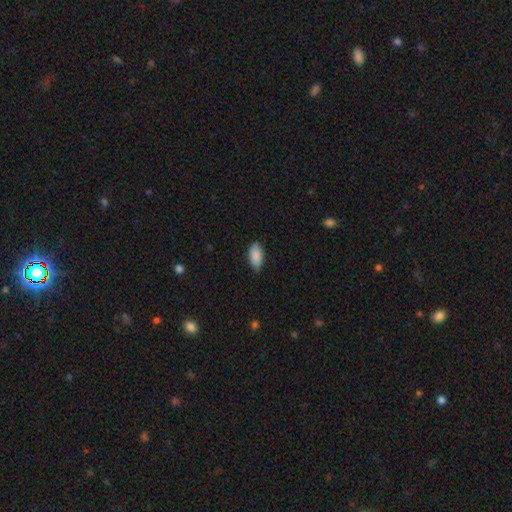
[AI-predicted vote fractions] Overall: smooth (88%). How rounded: in between (93%). Merging: none (76%).